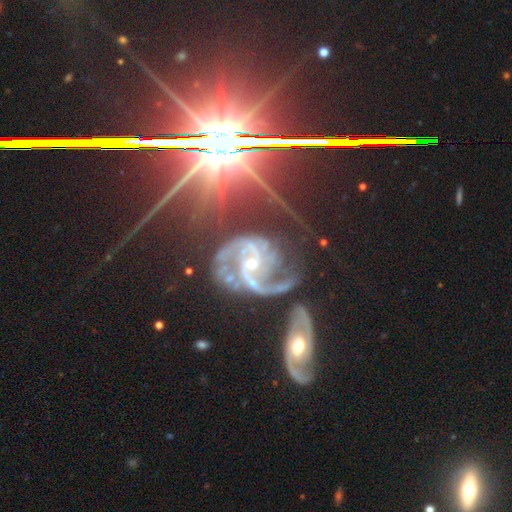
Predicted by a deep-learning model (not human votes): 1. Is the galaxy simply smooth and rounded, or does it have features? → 76% featured or disk, 18% star or artifact, 6% smooth.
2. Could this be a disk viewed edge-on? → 92% no, 8% yes.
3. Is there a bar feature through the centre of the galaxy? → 41% no, 32% weak, 27% strong.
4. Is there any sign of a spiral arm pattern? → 95% yes, 5% no.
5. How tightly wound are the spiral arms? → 45% tight, 43% medium, 12% loose.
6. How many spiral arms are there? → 54% 2, 16% 3, 15% can't tell, 5% 1, 5% 4, 4% more than 4.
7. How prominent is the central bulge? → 58% small, 37% moderate, 2% large, 2% none, 1% dominant.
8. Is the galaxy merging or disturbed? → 54% none, 18% minor disturbance, 15% major disturbance, 12% merger.